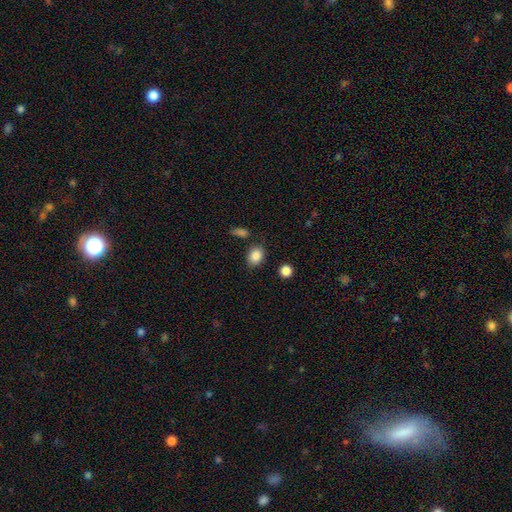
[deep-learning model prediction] smooth-or-featured: smooth: 86% | star or artifact: 9% | featured or disk: 5%
  how-rounded: in between: 60% | round: 39% | cigar-shaped: 1%
  merging: none: 80% | minor disturbance: 12% | merger: 5% | major disturbance: 3%